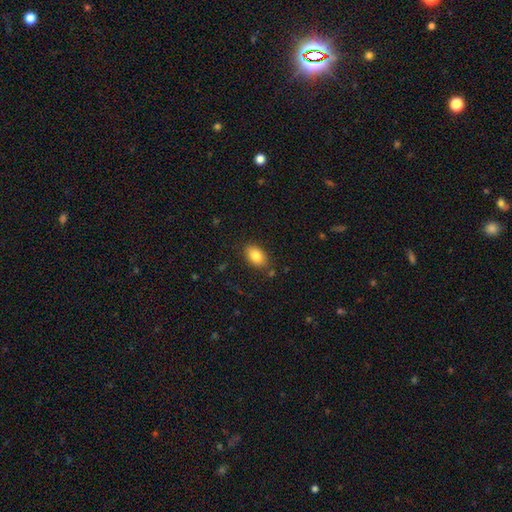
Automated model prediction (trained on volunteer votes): Overall: smooth (84%). How rounded: in between (87%). Merging: none (83%).